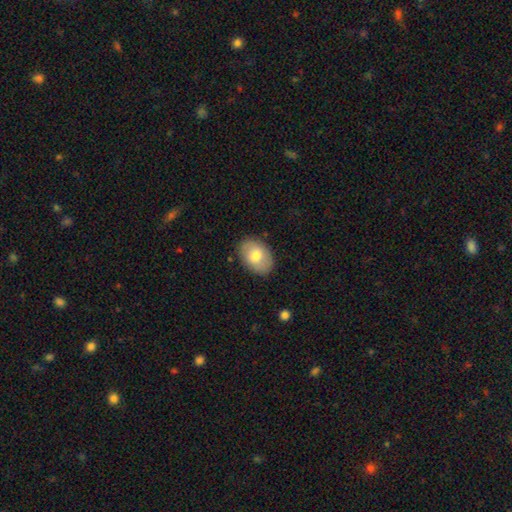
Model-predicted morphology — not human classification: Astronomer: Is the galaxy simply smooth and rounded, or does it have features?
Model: smooth — 74%.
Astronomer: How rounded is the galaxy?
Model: in between — 81%.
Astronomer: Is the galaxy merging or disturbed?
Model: none — 86%.